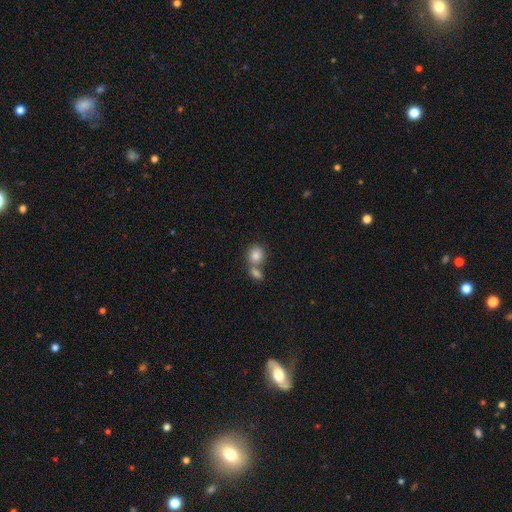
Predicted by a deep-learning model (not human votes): The model was most divided on "merging": merger: 50%, none: 40%, minor disturbance: 7%, major disturbance: 3%. More confident: smooth or featured — smooth (82%); how rounded — round (74%).